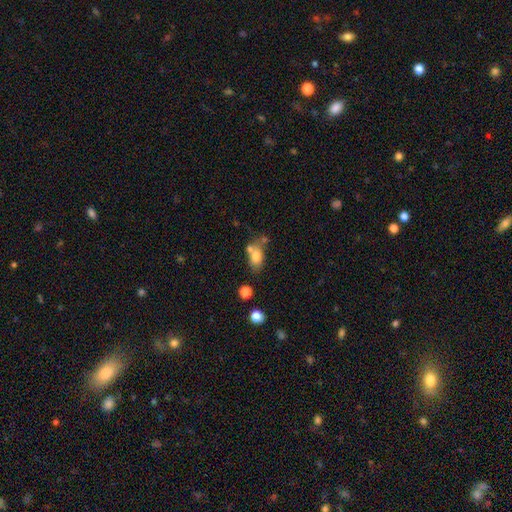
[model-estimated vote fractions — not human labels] This appears to be a smooth galaxy with no disk features (74%) that is in between round and cigar-shaped (76%). Merging: none (44%).